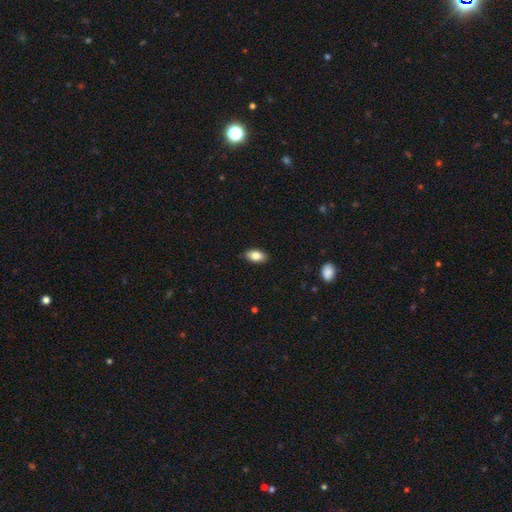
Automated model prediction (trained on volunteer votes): The model was most divided on "smooth or featured": smooth: 83%, featured or disk: 10%, star or artifact: 7%. More confident: how rounded — in between (91%); merging — none (85%).